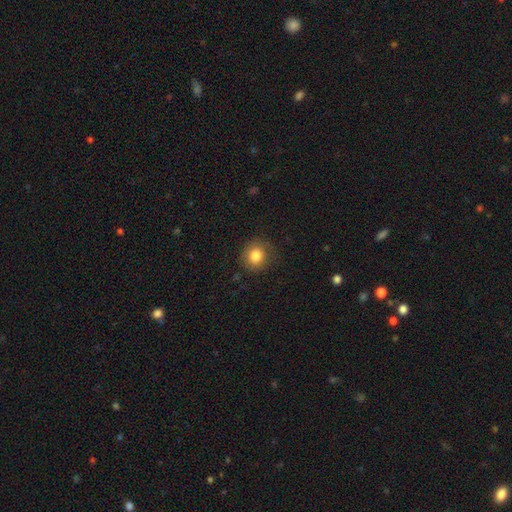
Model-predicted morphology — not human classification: This appears to be a smooth galaxy with no disk features (82%) that is round (86%). Merging: none (84%).